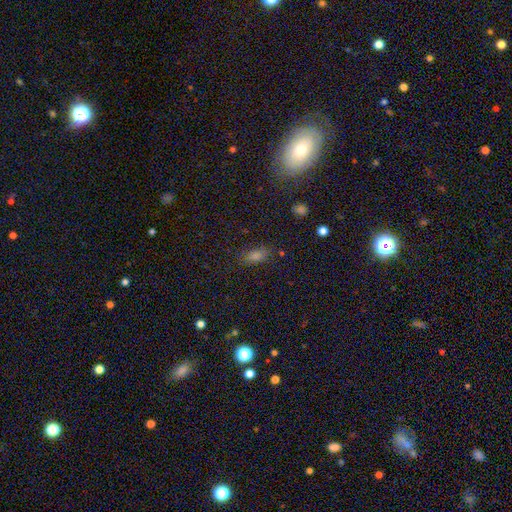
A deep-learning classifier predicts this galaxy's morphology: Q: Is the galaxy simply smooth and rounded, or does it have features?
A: smooth — 65%.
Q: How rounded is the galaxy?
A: in between — 80%.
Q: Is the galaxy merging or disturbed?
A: none — 81%.